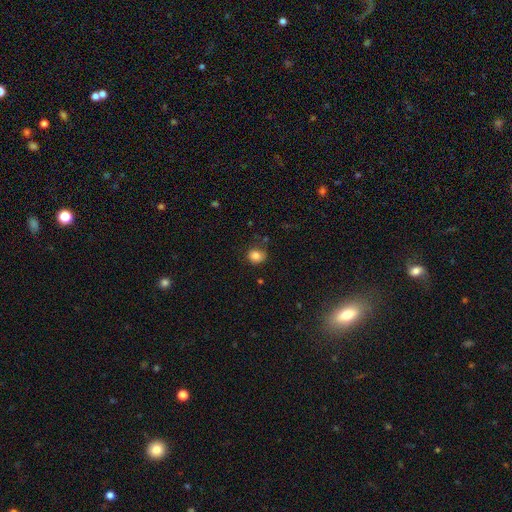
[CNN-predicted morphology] smooth_or_featured: smooth (p=0.83) [alt: star or artifact p=0.11]
how_rounded: round (p=0.72) [alt: in between p=0.27]
merging: none (p=0.76) [alt: minor disturbance p=0.17]